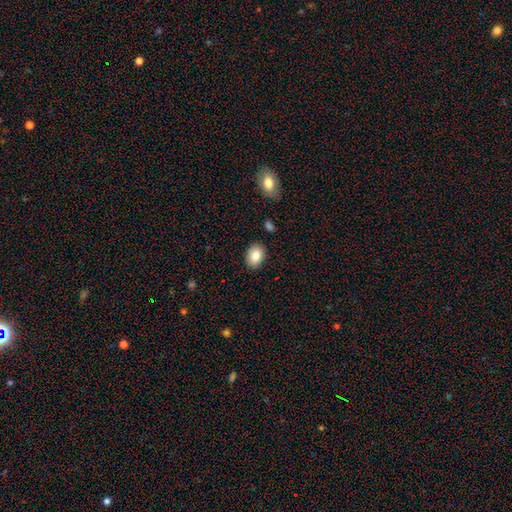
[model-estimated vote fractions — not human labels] Smooth or featured? smooth (84%)
How rounded? in between (72%)
Merging? none (88%)